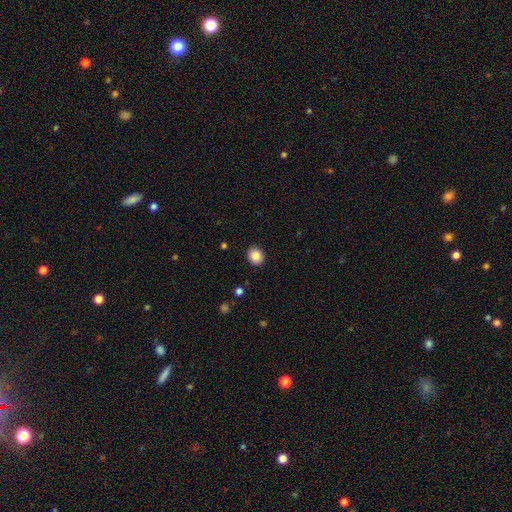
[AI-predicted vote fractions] smooth 85%, star or artifact 9%, featured or disk 6%. Down the decision tree: how rounded — round (70%); merging — none (91%).